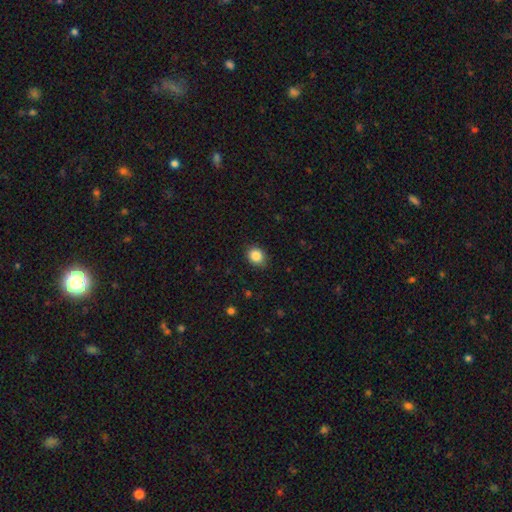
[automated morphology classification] Smooth or featured?
  - smooth: 86% *
  - star or artifact: 9%
  - featured or disk: 4%
How rounded?
  - round: 64% *
  - in between: 35%
  - cigar-shaped: 1%
Merging?
  - none: 84% *
  - minor disturbance: 12%
  - major disturbance: 3%
  - merger: 1%